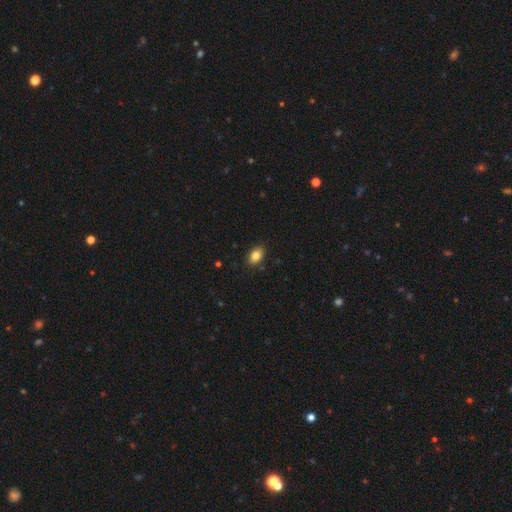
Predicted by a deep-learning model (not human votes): Smooth or featured? smooth (84%)
How rounded? in between (84%)
Merging? none (87%)